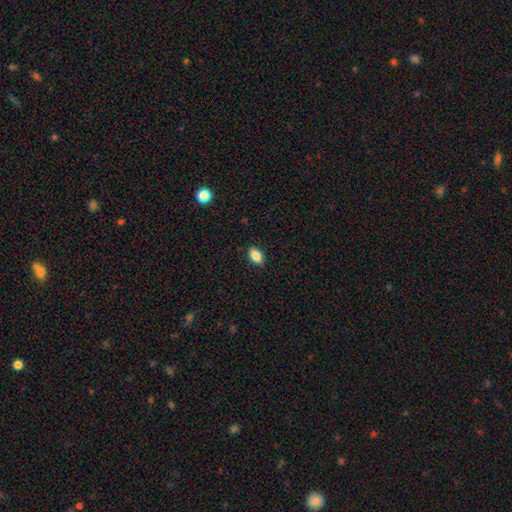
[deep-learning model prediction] This is clearly a smooth galaxy (86%). How rounded: clearly in between (87%). Merging: clearly none (88%).